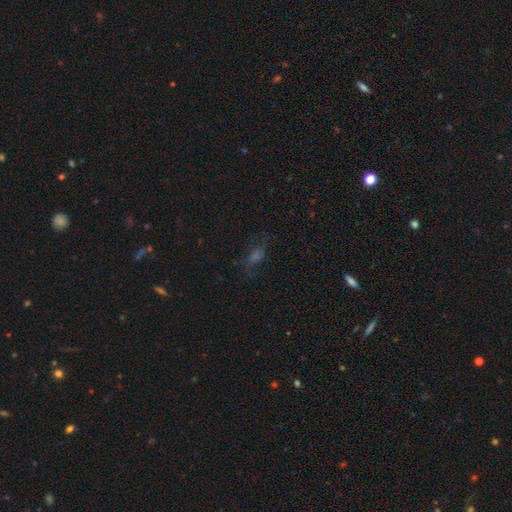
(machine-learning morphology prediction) A smooth galaxy with no disk features (39%). Merging: none (63%).